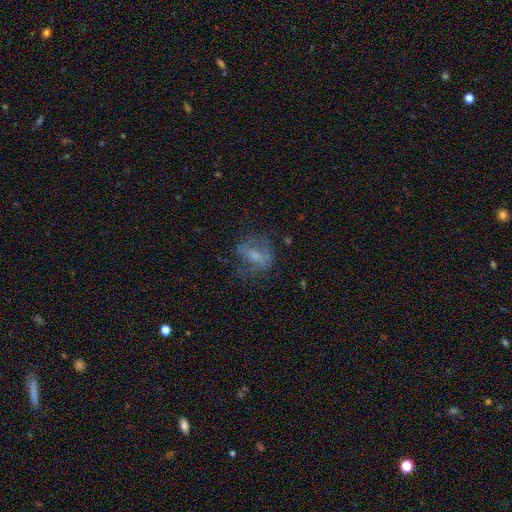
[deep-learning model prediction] Overall: featured or disk (46%; smooth 42%). Merging: none (53%; major disturbance 24%).